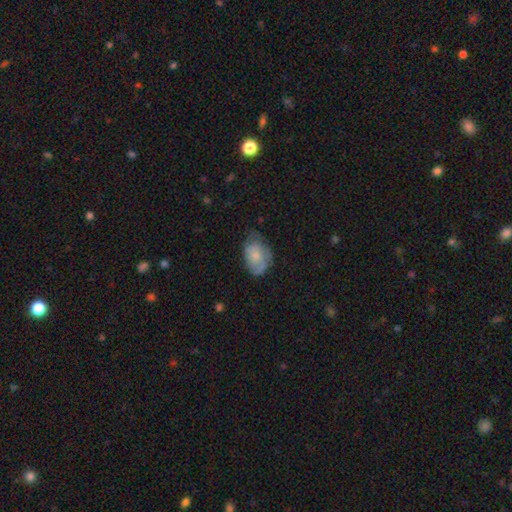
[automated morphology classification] The model was most divided on "merging": none: 50%, minor disturbance: 34%, major disturbance: 14%, merger: 2%. More confident: how rounded — in between (84%); smooth or featured — smooth (62%).